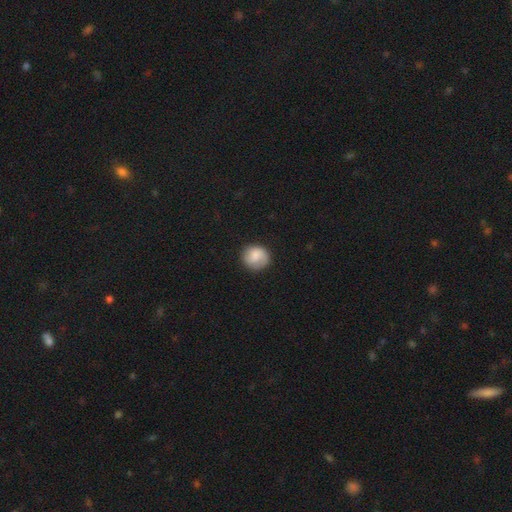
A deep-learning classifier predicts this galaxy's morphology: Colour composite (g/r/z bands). It shows a smooth galaxy with no disk features (68%) that is round (85%). Merging: none (79%).